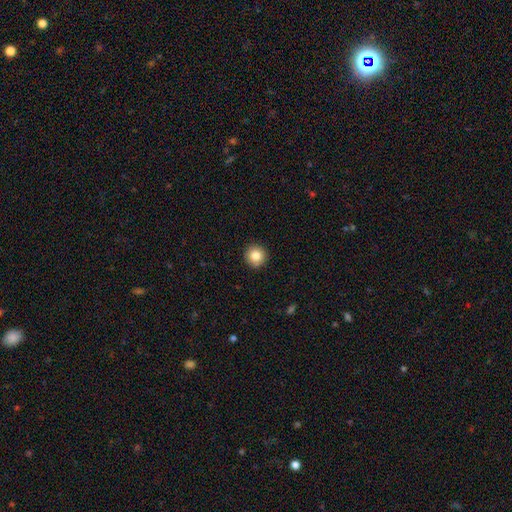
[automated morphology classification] Smooth or featured: smooth — 84% (star or artifact — 9%)
How rounded: round — 95% (in between — 4%)
Merging: none — 92% (minor disturbance — 5%)